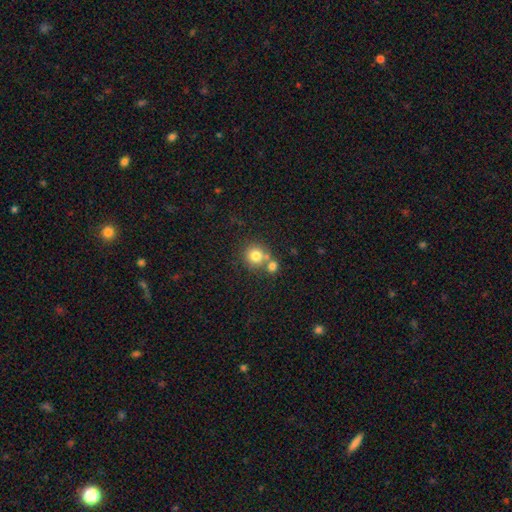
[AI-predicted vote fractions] This appears to be a smooth galaxy with no disk features (78%) that is round (90%). Merging: none (56%).